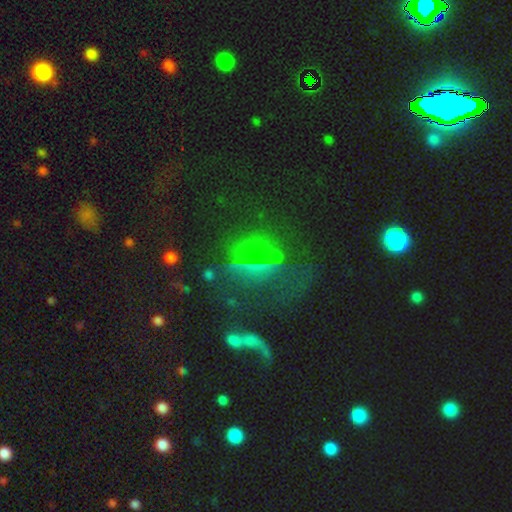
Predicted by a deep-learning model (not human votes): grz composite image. It shows a smooth galaxy with no disk features (42%). Merging: none (62%).